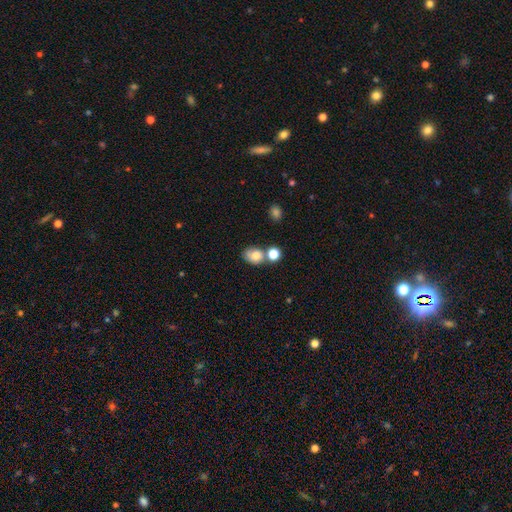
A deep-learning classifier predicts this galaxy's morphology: The model was most divided on "how rounded": in between: 56%, round: 42%, cigar-shaped: 1%. Remaining: smooth or featured — smooth (78%); merging — none (47%).